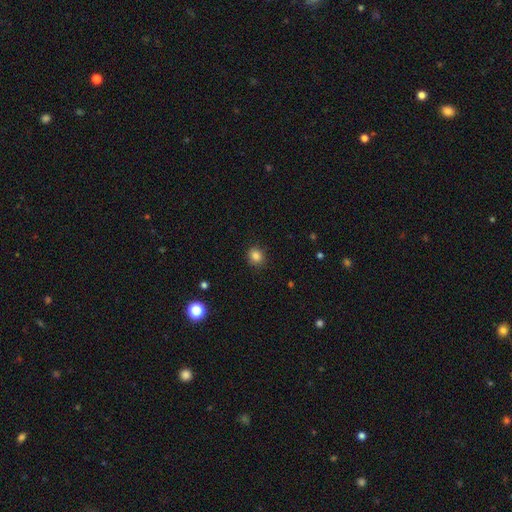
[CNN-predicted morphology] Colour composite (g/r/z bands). It shows a smooth galaxy with no disk features (85%) that is round (81%). Merging: none (89%).